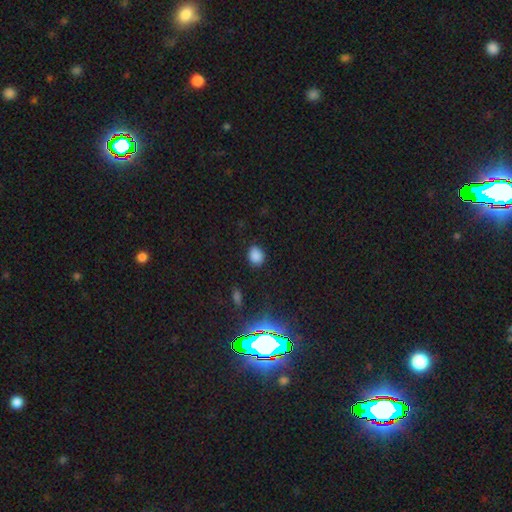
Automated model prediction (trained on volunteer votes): Smooth or featured? smooth (82%)
How rounded? round (52%)
Merging? none (83%)